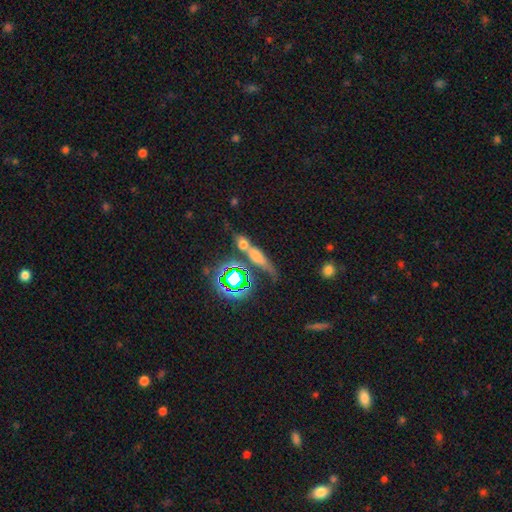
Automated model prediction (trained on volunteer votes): smooth_or_featured: smooth (p=0.44) [alt: star or artifact p=0.30]
merging: none (p=0.48) [alt: merger p=0.30]